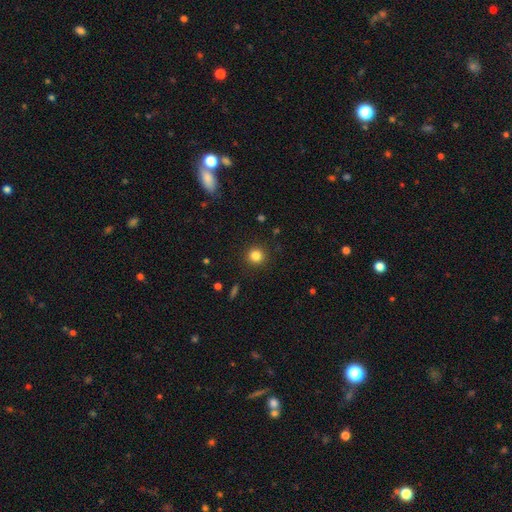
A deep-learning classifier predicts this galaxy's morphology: Smooth or featured? smooth (83%)
How rounded? round (93%)
Merging? none (91%)